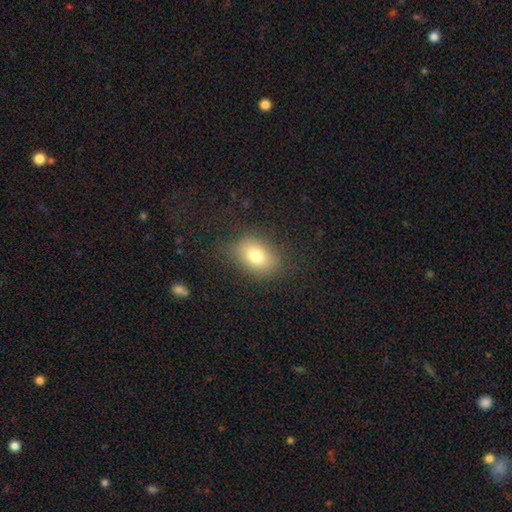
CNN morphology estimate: Smooth or featured: smooth — 78% (featured or disk — 12%)
How rounded: in between — 79% (round — 20%)
Merging: none — 78% (minor disturbance — 15%)